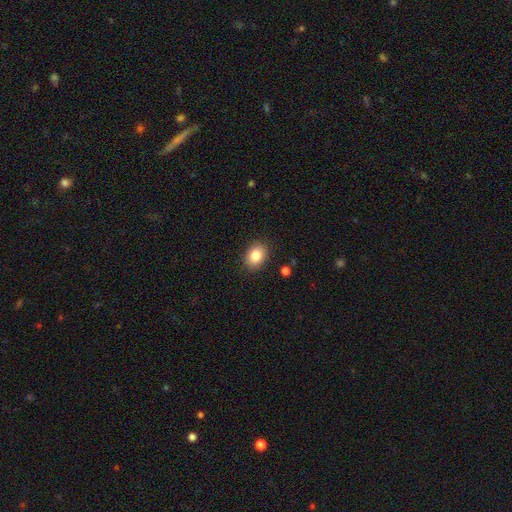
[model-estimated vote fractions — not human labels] A smooth galaxy with no disk features (84%) that is in between round and cigar-shaped (61%).

Vote fractions:
- Smooth or featured? smooth: 84% / star or artifact: 9% / featured or disk: 7%
- How rounded? in between: 61% / round: 38% / cigar-shaped: 1%
- Merging? none: 88% / minor disturbance: 8% / major disturbance: 2% / merger: 1%